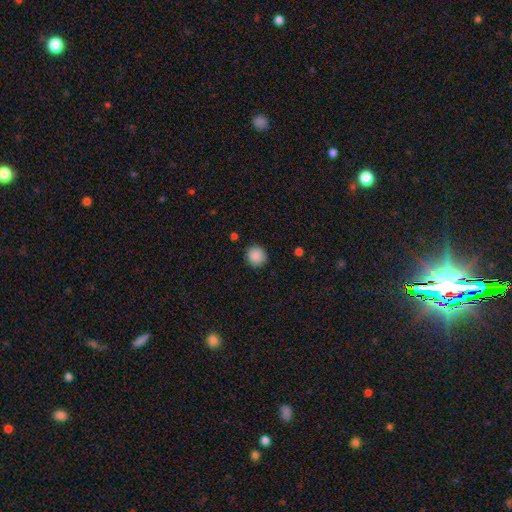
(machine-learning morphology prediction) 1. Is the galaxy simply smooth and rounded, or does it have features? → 89% smooth, 8% star or artifact, 3% featured or disk.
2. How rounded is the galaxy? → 89% round, 11% in between, 1% cigar-shaped.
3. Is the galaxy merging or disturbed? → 90% none, 7% minor disturbance, 2% major disturbance, 1% merger.